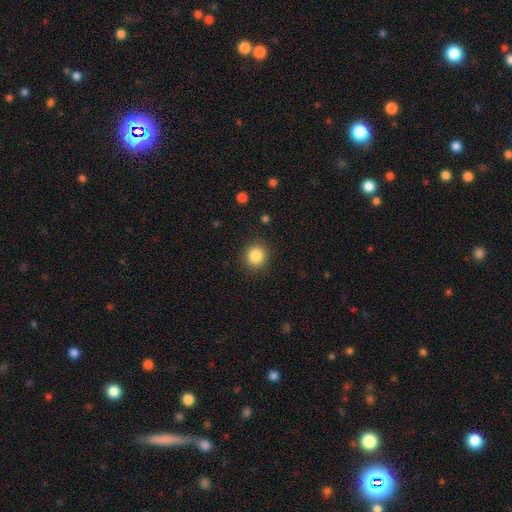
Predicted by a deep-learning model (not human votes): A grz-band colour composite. It shows a smooth galaxy with no disk features (86%) that is round (89%). Merging: none (89%).